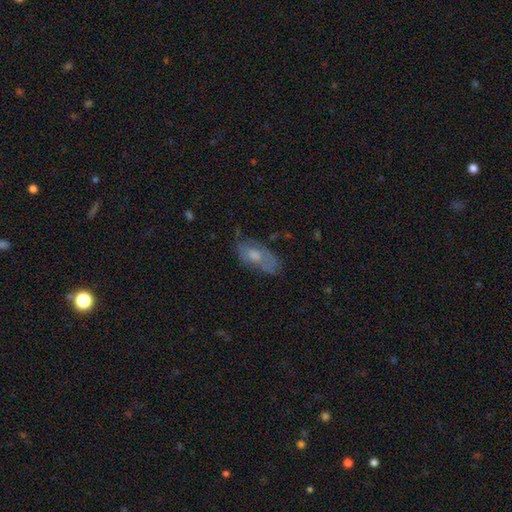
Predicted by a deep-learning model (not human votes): Smooth or featured: smooth — 53% (featured or disk — 38%)
How rounded: in between — 85% (cigar-shaped — 11%)
Merging: none — 51% (minor disturbance — 31%)